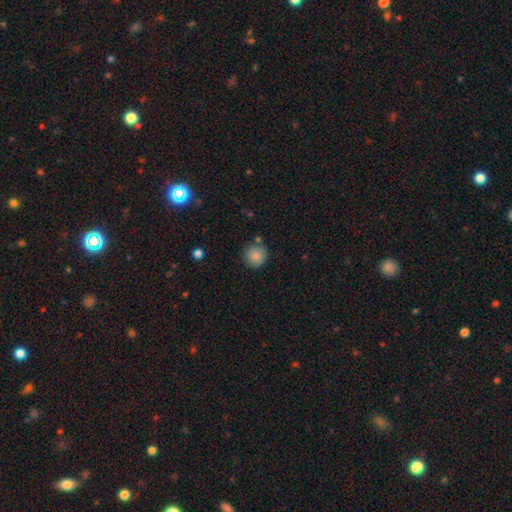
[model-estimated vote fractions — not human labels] smooth_or_featured: smooth (p=0.86) [alt: star or artifact p=0.09]
how_rounded: round (p=0.92) [alt: in between p=0.07]
merging: none (p=0.80) [alt: minor disturbance p=0.12]